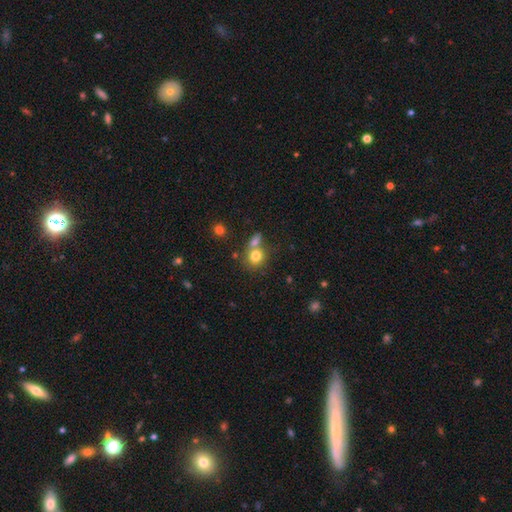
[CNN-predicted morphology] smooth-or-featured: smooth: 78% | star or artifact: 11% | featured or disk: 11%
  how-rounded: round: 76% | in between: 22% | cigar-shaped: 1%
  merging: none: 46% | merger: 39% | minor disturbance: 10% | major disturbance: 4%